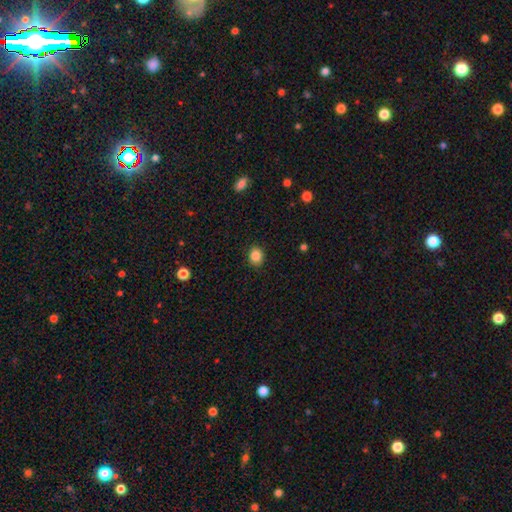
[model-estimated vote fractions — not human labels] This appears to be a smooth galaxy with no disk features (86%) that is round (61%). Merging: none (90%).